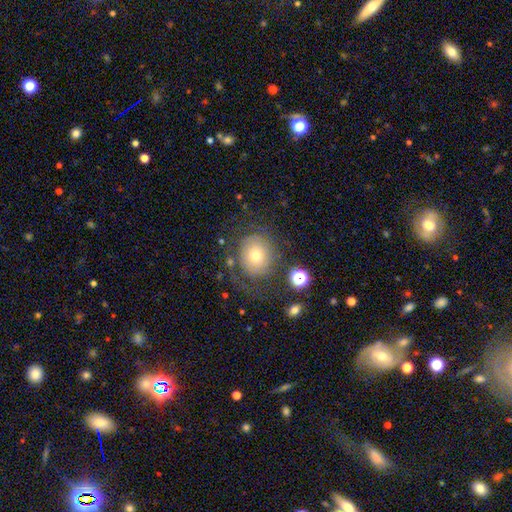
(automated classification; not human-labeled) smooth-or-featured: smooth: 53% | featured or disk: 34% | star or artifact: 13%
  how-rounded: round: 77% | in between: 22% | cigar-shaped: 1%
  merging: none: 59% | major disturbance: 20% | minor disturbance: 18% | merger: 4%